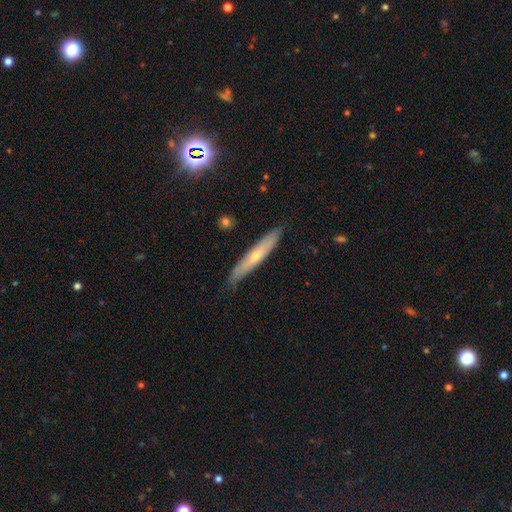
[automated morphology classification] A featured or disk galaxy (55%) viewed edge-on (79%).

Vote fractions:
- Smooth or featured? featured or disk: 55% / smooth: 39% / star or artifact: 7%
- Edge-on disk? yes: 79% / no: 21%
- Merging? none: 84% / minor disturbance: 13% / major disturbance: 2% / merger: 1%